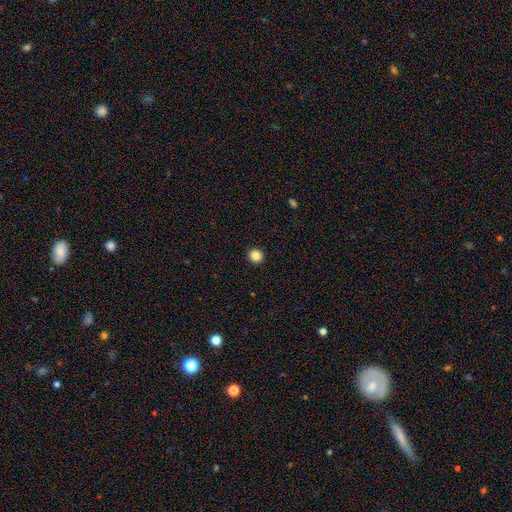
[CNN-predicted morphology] This is clearly a smooth galaxy (86%). How rounded: clearly round (88%). Merging: clearly none (93%).